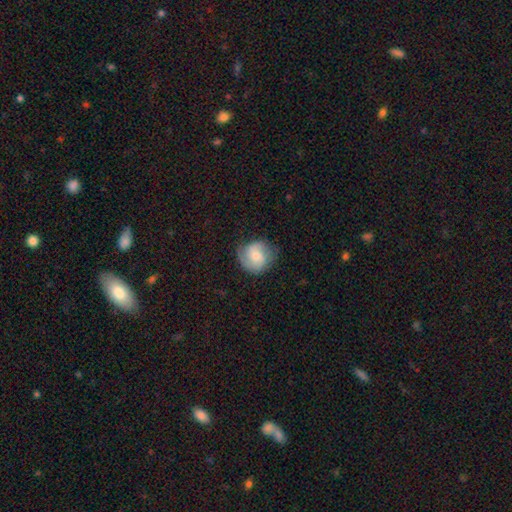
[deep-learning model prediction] Smooth or featured?
  - smooth: 47% *
  - featured or disk: 46%
  - star or artifact: 7%
Merging?
  - none: 70% *
  - minor disturbance: 21%
  - major disturbance: 8%
  - merger: 1%